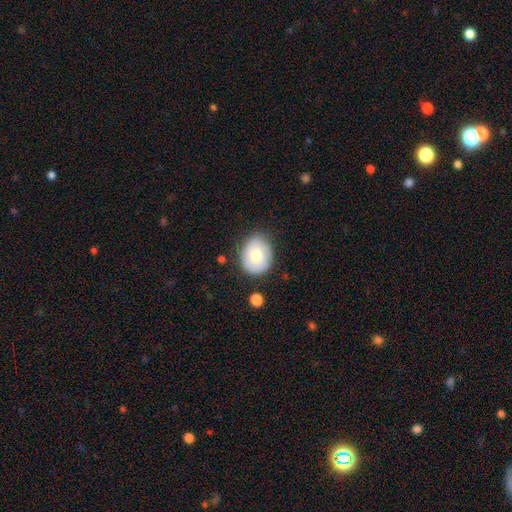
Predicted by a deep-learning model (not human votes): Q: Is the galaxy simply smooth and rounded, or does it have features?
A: smooth — 72%.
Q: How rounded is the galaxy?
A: in between — 50%.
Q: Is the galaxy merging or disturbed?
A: none — 76%.